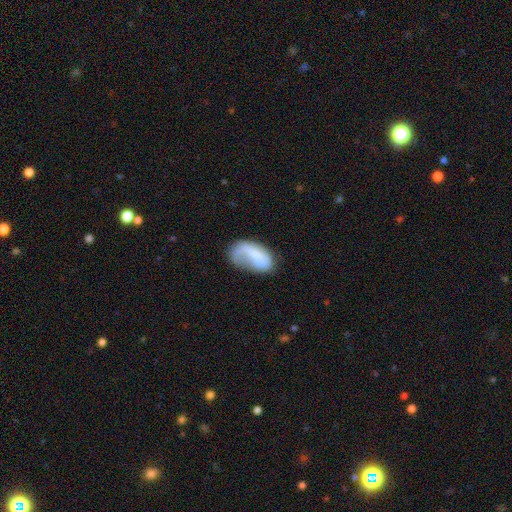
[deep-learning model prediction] This is possibly a smooth galaxy (55%). How rounded: clearly in between (93%). Merging: marginally none (37%).